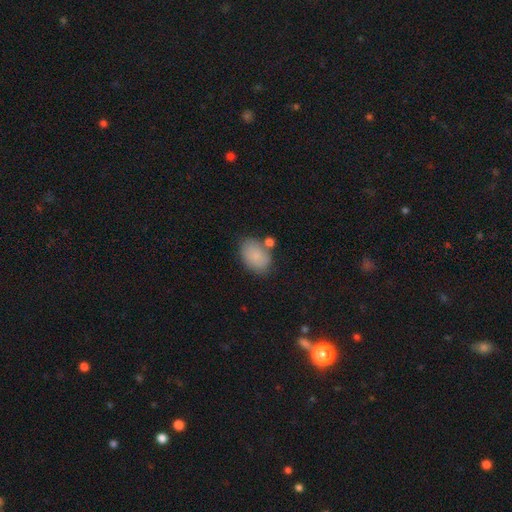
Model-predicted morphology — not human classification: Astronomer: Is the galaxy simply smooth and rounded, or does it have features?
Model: smooth — 84%.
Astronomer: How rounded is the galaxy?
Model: in between — 84%.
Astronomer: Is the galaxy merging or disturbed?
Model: none — 67%.